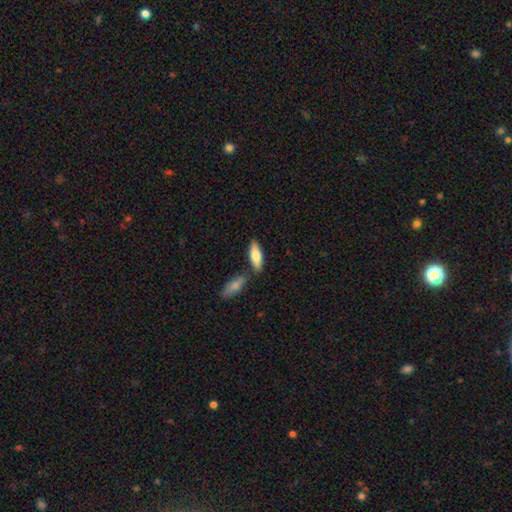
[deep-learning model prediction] smooth_or_featured: smooth (p=0.76) [alt: featured or disk p=0.18]
how_rounded: in between (p=0.65) [alt: cigar-shaped p=0.32]
merging: none (p=0.74) [alt: merger p=0.13]